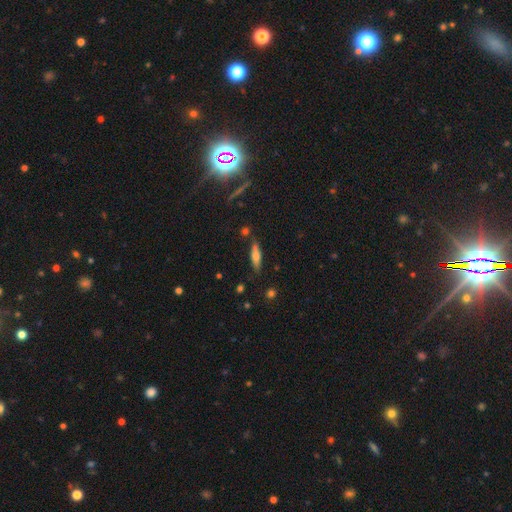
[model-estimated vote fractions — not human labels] smooth-or-featured: smooth: 60% | featured or disk: 32% | star or artifact: 8%
  how-rounded: cigar-shaped: 70% | in between: 28% | round: 2%
  merging: none: 78% | minor disturbance: 14% | merger: 5% | major disturbance: 3%